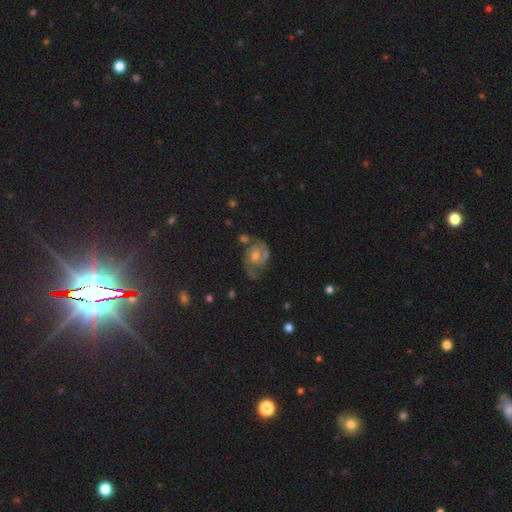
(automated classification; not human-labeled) Smooth or featured? Predicted: featured or disk (p=0.86). Edge-on disk? Predicted: no (p=0.98). Bar? Predicted: no (p=0.66). Spiral arms? Predicted: yes (p=0.97). Spiral winding? Predicted: medium (p=0.50). Spiral arm count? Predicted: 2 (p=0.89). Bulge size? Predicted: moderate (p=0.66). Merging? Predicted: none (p=0.71).